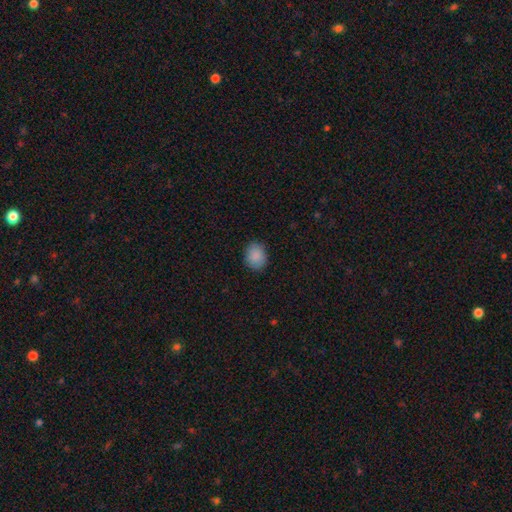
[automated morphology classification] Q: Smooth or featured?
A: smooth (89%); runner-up: star or artifact (8%)
Q: How rounded?
A: round (52%); runner-up: in between (47%)
Q: Merging?
A: none (87%); runner-up: minor disturbance (9%)